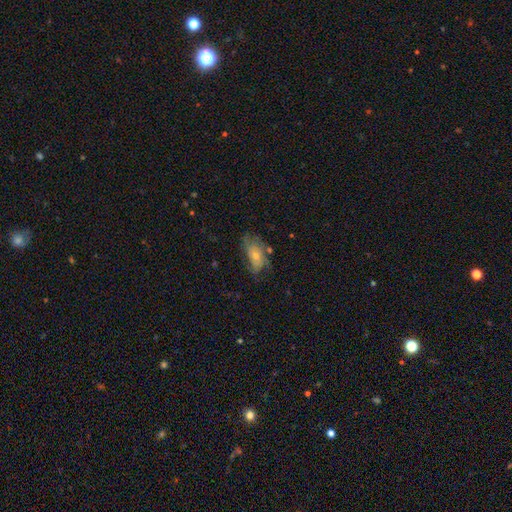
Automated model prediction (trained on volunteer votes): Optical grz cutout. It shows a featured or disk galaxy (48%). Merging: none (49%).